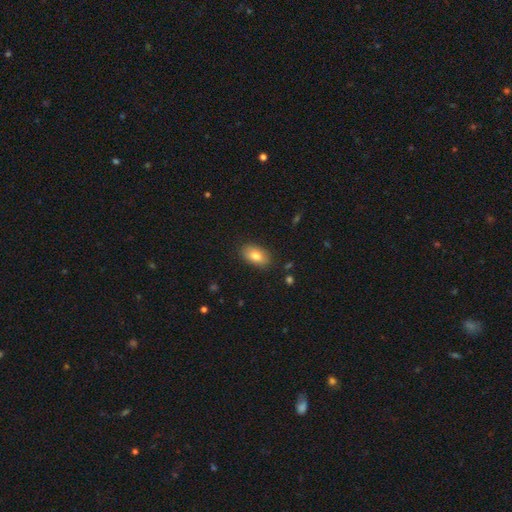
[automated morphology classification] This appears to be a smooth galaxy with no disk features (81%) that is in between round and cigar-shaped (91%). Merging: none (86%).